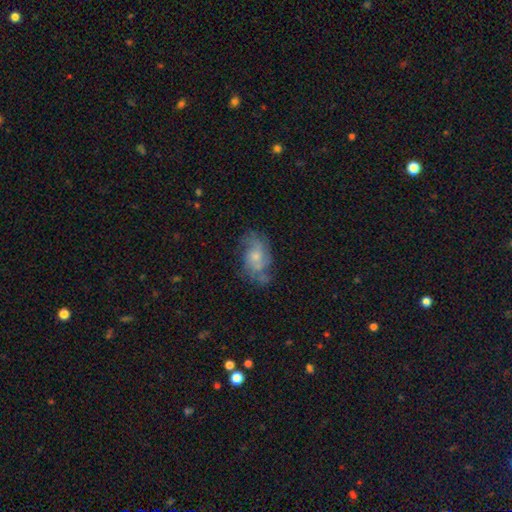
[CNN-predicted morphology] Smooth or featured?
  - featured or disk: 64% *
  - smooth: 27%
  - star or artifact: 10%
Edge-on disk?
  - no: 96% *
  - yes: 4%
Bar?
  - no: 72% *
  - weak: 25%
  - strong: 3%
Spiral arms?
  - yes: 83% *
  - no: 17%
Spiral winding?
  - medium: 45% *
  - loose: 28%
  - tight: 27%
Spiral arm count?
  - 2: 37% *
  - can't tell: 31%
  - 3: 18%
  - 4: 6%
  - 1: 5%
  - more than 4: 4%
Bulge size?
  - small: 52% *
  - moderate: 38%
  - none: 6%
  - large: 3%
  - dominant: 1%
Merging?
  - none: 61% *
  - minor disturbance: 23%
  - major disturbance: 12%
  - merger: 4%